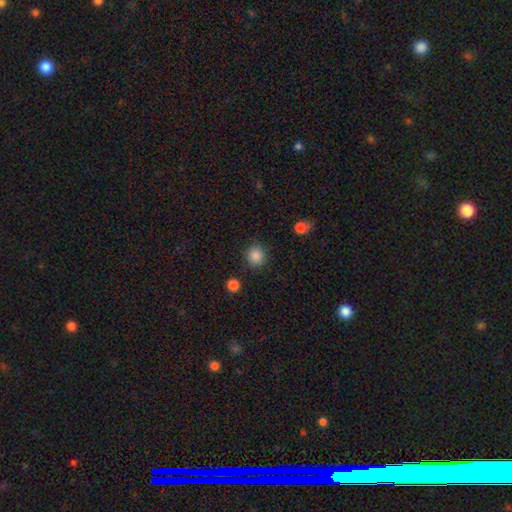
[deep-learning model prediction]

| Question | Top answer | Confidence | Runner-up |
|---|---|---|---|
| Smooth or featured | smooth | 86% | star or artifact (10%) |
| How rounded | round | 90% | in between (9%) |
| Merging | none | 88% | minor disturbance (8%) |